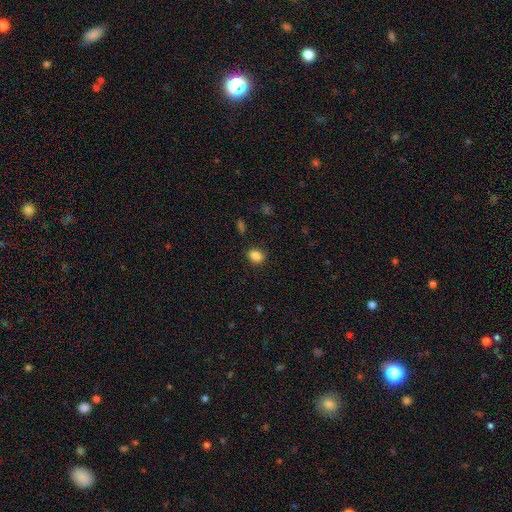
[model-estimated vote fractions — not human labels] A smooth galaxy with no disk features (85%) that is in between round and cigar-shaped (56%). Merging: none (85%).